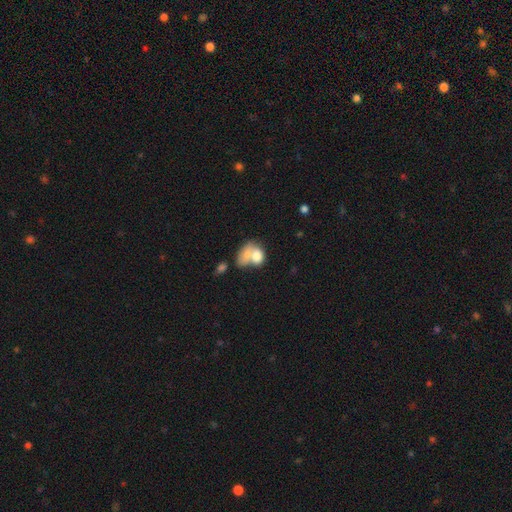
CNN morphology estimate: A smooth galaxy with no disk features (71%) that is in between round and cigar-shaped (67%). Merging: merger (64%).